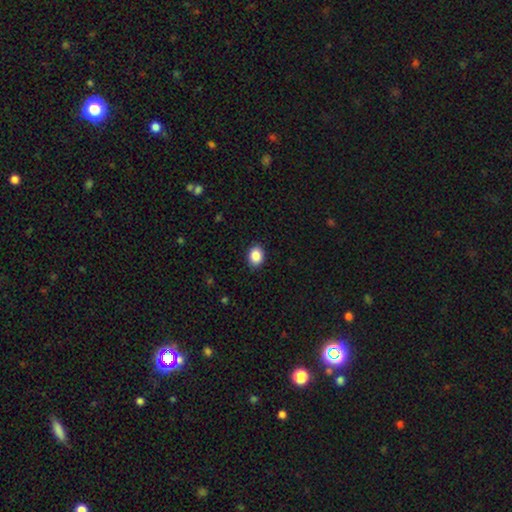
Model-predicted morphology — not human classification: The model was most divided on "how rounded": in between: 65%, round: 34%, cigar-shaped: 1%. More confident: merging — none (89%); smooth or featured — smooth (88%).